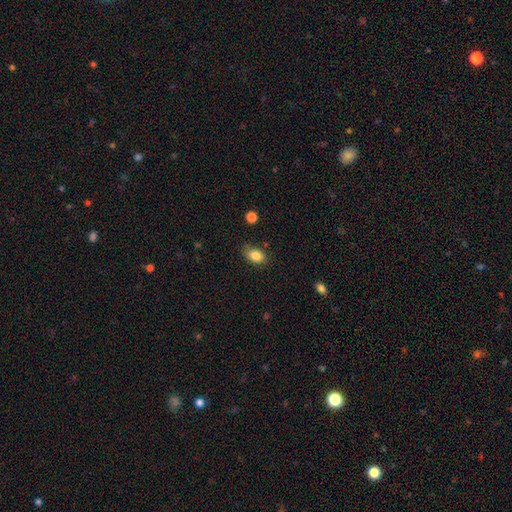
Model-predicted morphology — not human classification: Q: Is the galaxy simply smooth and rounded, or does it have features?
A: smooth — 85%.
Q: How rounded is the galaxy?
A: in between — 84%.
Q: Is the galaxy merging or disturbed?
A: none — 76%.